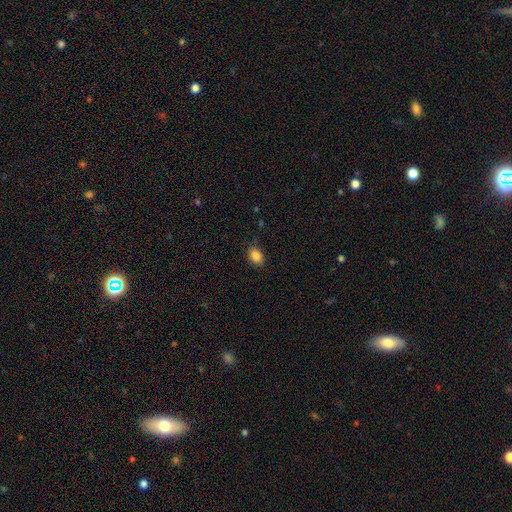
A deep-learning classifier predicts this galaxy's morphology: Smooth or featured?
  - smooth: 86% *
  - star or artifact: 9%
  - featured or disk: 5%
How rounded?
  - in between: 78% *
  - round: 20%
  - cigar-shaped: 1%
Merging?
  - none: 85% *
  - minor disturbance: 12%
  - major disturbance: 3%
  - merger: 1%